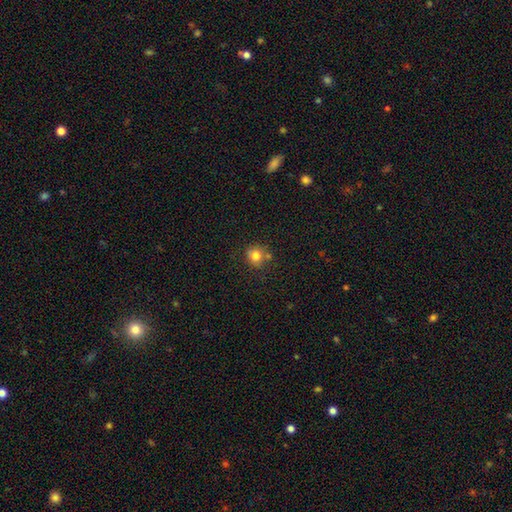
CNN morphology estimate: This appears to be a smooth galaxy with no disk features (79%) that is round (81%). Merging: none (67%).